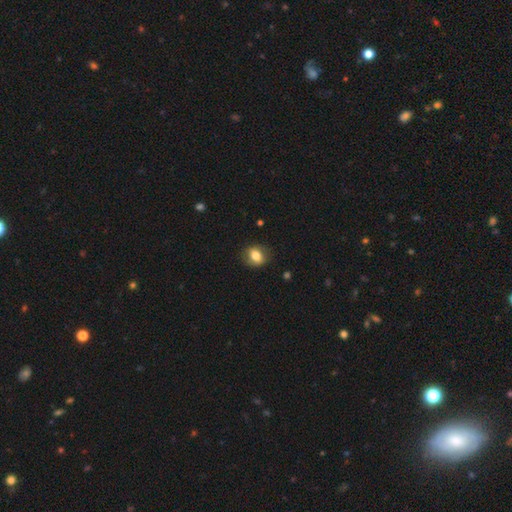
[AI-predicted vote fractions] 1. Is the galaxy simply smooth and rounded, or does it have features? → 75% smooth, 16% featured or disk, 9% star or artifact.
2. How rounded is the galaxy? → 53% in between, 45% round, 1% cigar-shaped.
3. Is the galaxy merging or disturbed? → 82% none, 13% minor disturbance, 4% major disturbance, 1% merger.